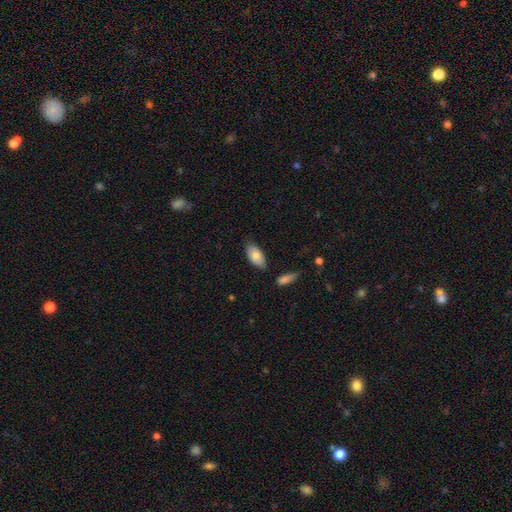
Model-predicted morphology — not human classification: Smooth or featured?
  - smooth: 78% *
  - featured or disk: 16%
  - star or artifact: 6%
How rounded?
  - in between: 92% *
  - cigar-shaped: 5%
  - round: 3%
Merging?
  - none: 77% *
  - minor disturbance: 15%
  - merger: 5%
  - major disturbance: 3%